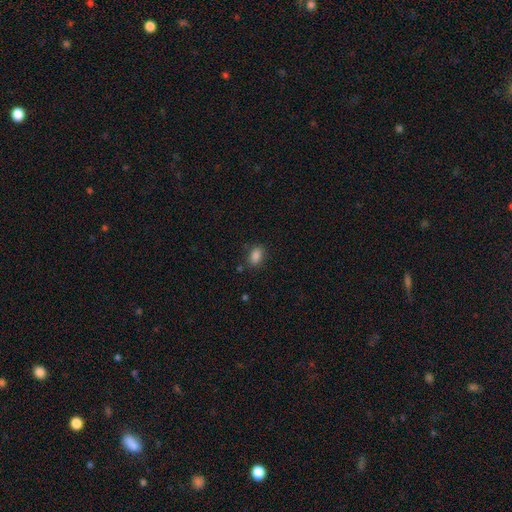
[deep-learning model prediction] Smooth or featured: smooth — 86% (star or artifact — 10%)
How rounded: in between — 85% (round — 13%)
Merging: none — 82% (minor disturbance — 13%)